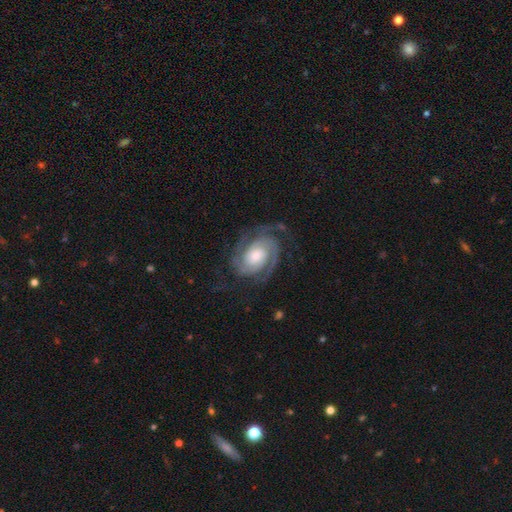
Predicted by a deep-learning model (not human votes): Smooth or featured? featured or disk (91%)
Edge-on disk? no (98%)
Bar? no (68%)
Spiral arms? yes (98%)
Spiral winding? tight (60%)
Spiral arm count? 2 (70%)
Bulge size? moderate (51%)
Merging? none (74%)